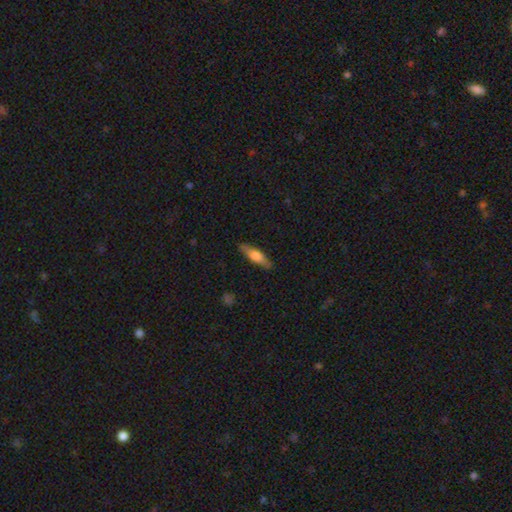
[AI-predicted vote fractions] smooth_or_featured: smooth (p=0.54) [alt: featured or disk p=0.40]
how_rounded: cigar-shaped (p=0.66) [alt: in between p=0.32]
merging: none (p=0.87) [alt: minor disturbance p=0.10]